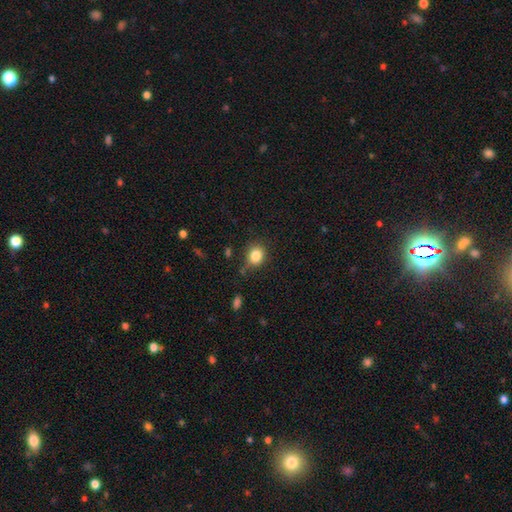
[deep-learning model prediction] Overall: smooth (84%). How rounded: round (72%). Merging: none (76%).